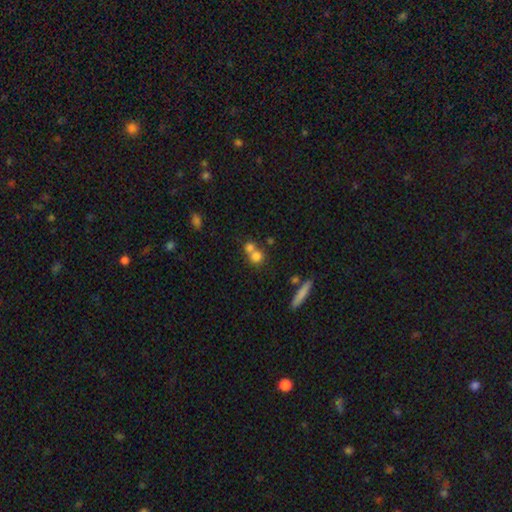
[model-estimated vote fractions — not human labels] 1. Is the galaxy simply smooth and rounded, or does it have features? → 74% smooth, 14% featured or disk, 12% star or artifact.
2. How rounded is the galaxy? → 79% round, 18% in between, 3% cigar-shaped.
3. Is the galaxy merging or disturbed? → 52% merger, 38% none, 7% minor disturbance, 3% major disturbance.